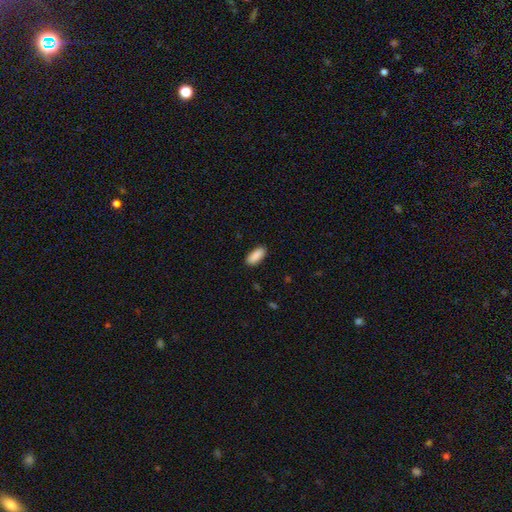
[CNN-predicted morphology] Smooth or featured? Predicted: smooth (p=0.91). How rounded? Predicted: in between (p=0.83). Merging? Predicted: none (p=0.89).